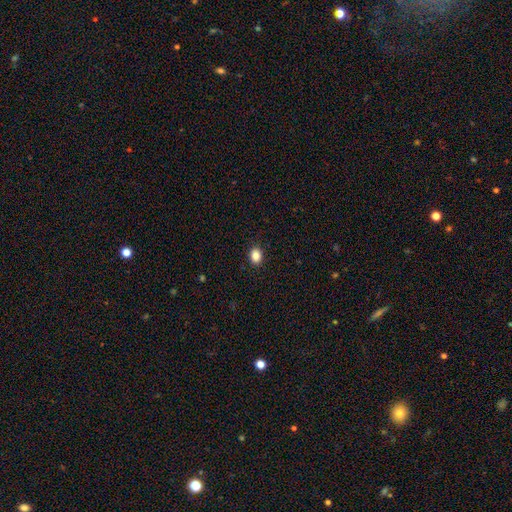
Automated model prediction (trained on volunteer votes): Overall: smooth (87%). How rounded: in between (62%; round 37%). Merging: none (90%).